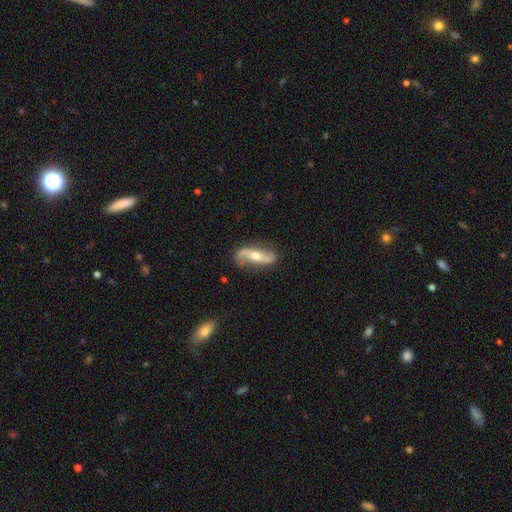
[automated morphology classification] featured or disk 78%, smooth 17%, star or artifact 6%. Down the decision tree: edge-on disk — no (82%); bar — no (40%); spiral arms — yes (90%); spiral arm count — 2 (92%); spiral winding — loose (78%); bulge size — moderate (65%); merging — none (79%).